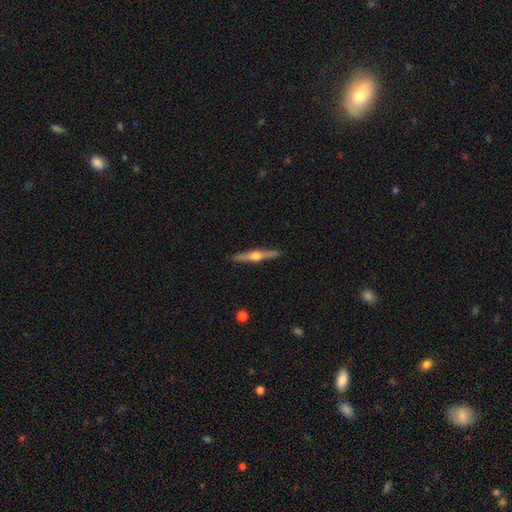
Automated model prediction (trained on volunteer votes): Q: Smooth or featured?
A: featured or disk (71%); runner-up: smooth (23%)
Q: Edge-on disk?
A: yes (98%); runner-up: no (2%)
Q: Edge-on bulge?
A: rounded (95%); runner-up: boxy (3%)
Q: Merging?
A: none (91%); runner-up: minor disturbance (6%)